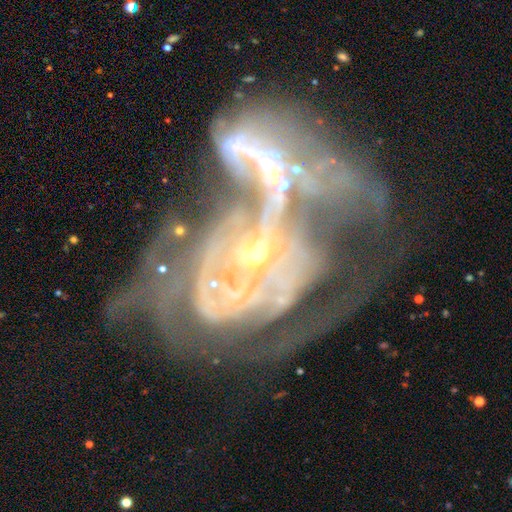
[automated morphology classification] featured or disk 85%, star or artifact 8%, smooth 7%. Down the decision tree: edge-on disk — no (96%); bar — no (60%); spiral arms — yes (83%); spiral arm count — can't tell (43%); spiral winding — tight (53%); bulge size — small (64%); merging — merger (73%).